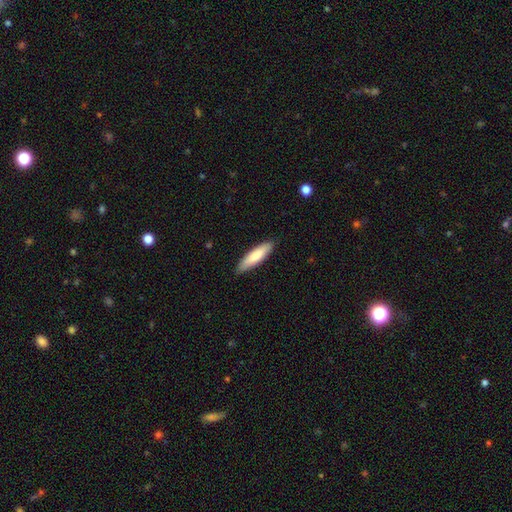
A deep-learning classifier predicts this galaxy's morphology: Smooth or featured? Predicted: smooth (p=0.80). How rounded? Predicted: cigar-shaped (p=0.69). Merging? Predicted: none (p=0.86).